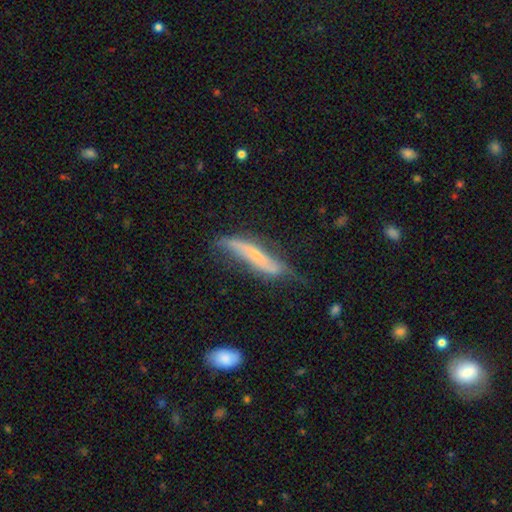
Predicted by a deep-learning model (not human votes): This is likely a featured or disk galaxy (61%). It is possibly viewed edge-on (57%). Merging: possibly none (45%).